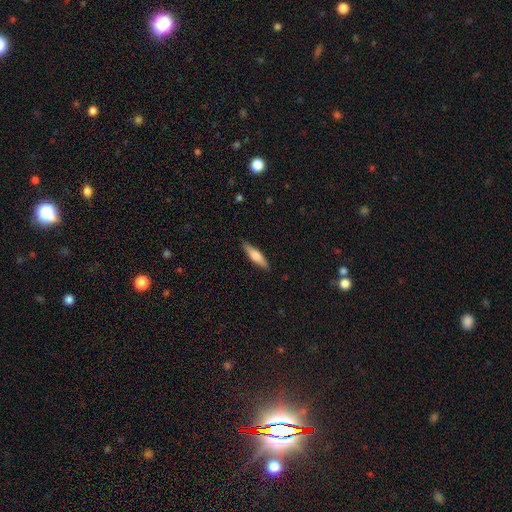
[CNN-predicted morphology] smooth-or-featured: smooth: 59% | featured or disk: 35% | star or artifact: 6%
  how-rounded: cigar-shaped: 70% | in between: 28% | round: 2%
  merging: none: 88% | minor disturbance: 9% | major disturbance: 2% | merger: 1%